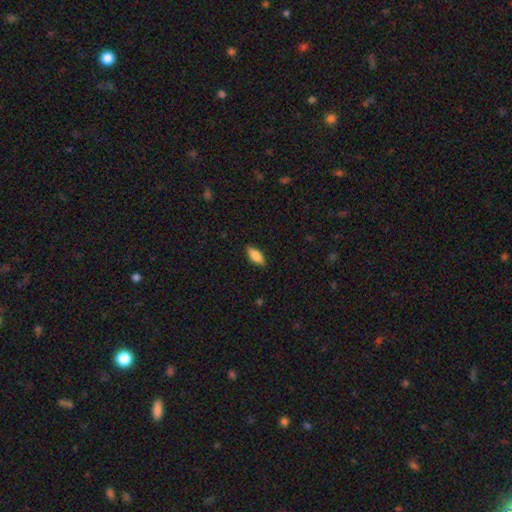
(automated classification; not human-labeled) smooth-or-featured: smooth: 79% | featured or disk: 15% | star or artifact: 7%
  how-rounded: in between: 76% | cigar-shaped: 22% | round: 2%
  merging: none: 87% | minor disturbance: 10% | major disturbance: 2% | merger: 1%